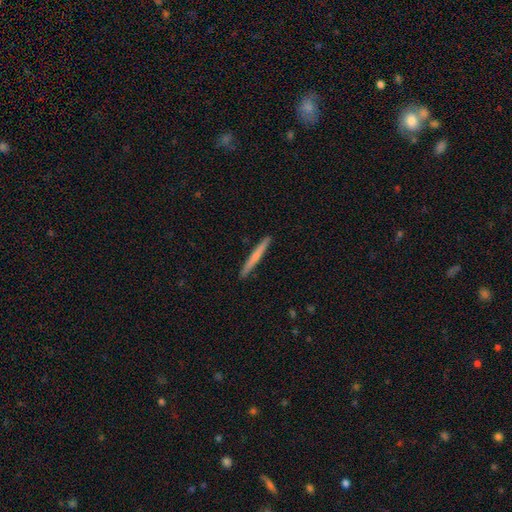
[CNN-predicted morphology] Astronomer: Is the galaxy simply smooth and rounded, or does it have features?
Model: smooth — 55% (runner-up: featured or disk, 39%).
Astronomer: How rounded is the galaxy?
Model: cigar-shaped — 97%.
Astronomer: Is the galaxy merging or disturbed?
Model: none — 92%.